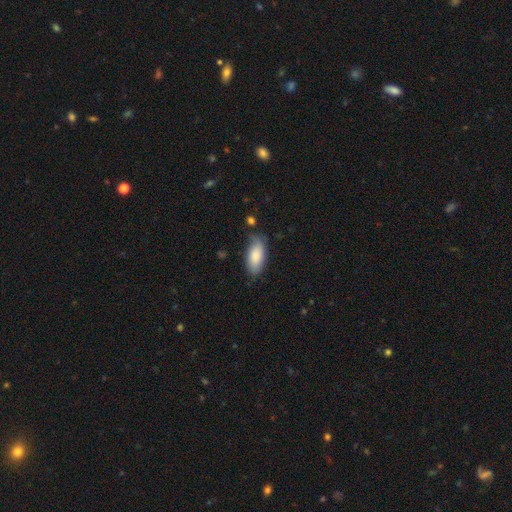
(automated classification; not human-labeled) The model was most divided on "merging": none: 73%, minor disturbance: 20%, major disturbance: 4%, merger: 2%. More confident: how rounded — in between (90%); smooth or featured — smooth (84%).